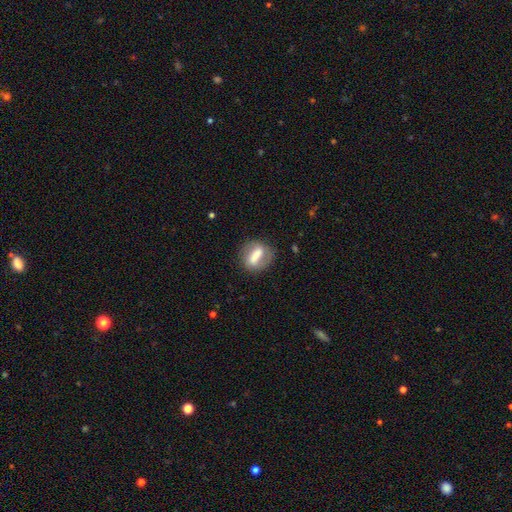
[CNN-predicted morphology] Smooth or featured?
  - smooth: 49% *
  - featured or disk: 43%
  - star or artifact: 8%
Merging?
  - none: 75% *
  - minor disturbance: 16%
  - major disturbance: 8%
  - merger: 2%